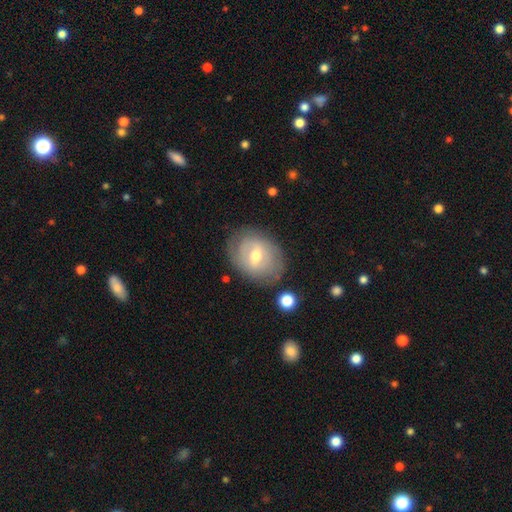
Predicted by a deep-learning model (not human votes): smooth_or_featured: featured or disk (p=0.59) [alt: smooth p=0.34]
disk_edge_on: no (p=0.94) [alt: yes p=0.06]
bar: weak (p=0.53) [alt: no p=0.25]
has_spiral_arms: yes (p=0.55) [alt: no p=0.45]
bulge_size: moderate (p=0.69) [alt: small p=0.25]
merging: none (p=0.75) [alt: minor disturbance p=0.17]